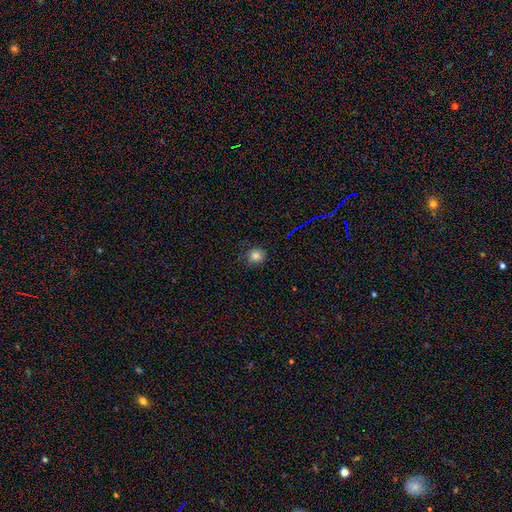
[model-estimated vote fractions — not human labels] Overall: smooth (79%). How rounded: round (87%). Merging: none (78%).